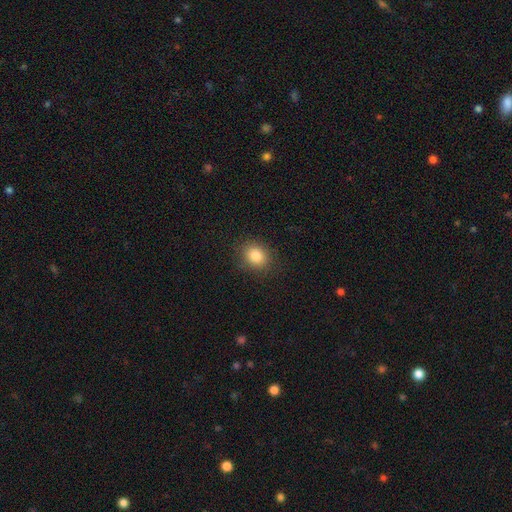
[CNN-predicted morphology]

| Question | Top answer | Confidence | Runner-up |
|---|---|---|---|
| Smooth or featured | smooth | 84% | star or artifact (10%) |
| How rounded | round | 55% | in between (44%) |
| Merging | none | 87% | minor disturbance (9%) |